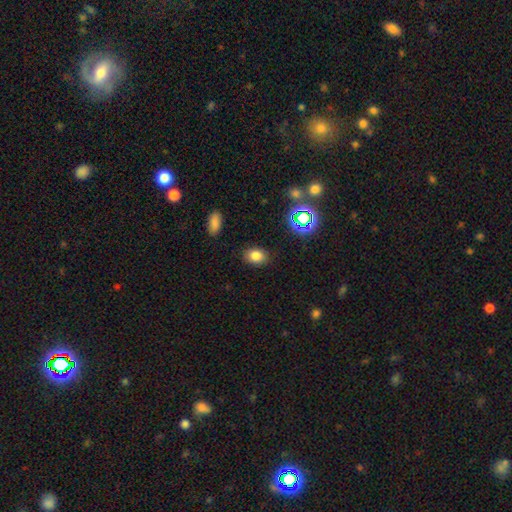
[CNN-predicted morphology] The model was most divided on "how rounded": in between: 70%, round: 28%, cigar-shaped: 1%. More confident: merging — none (85%); smooth or featured — smooth (79%).